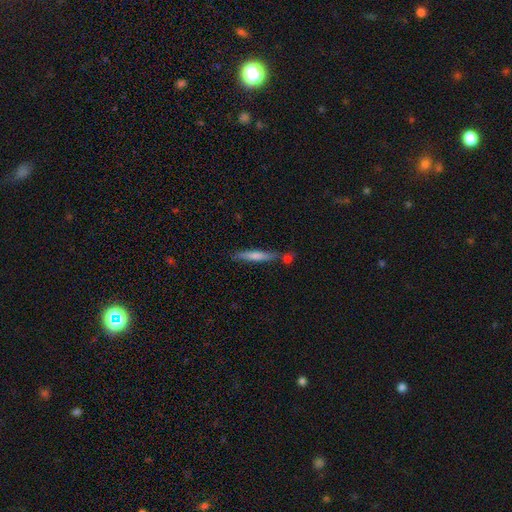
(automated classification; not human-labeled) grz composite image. It shows a smooth galaxy with no disk features (62%) that is cigar-shaped (92%). Merging: none (69%).